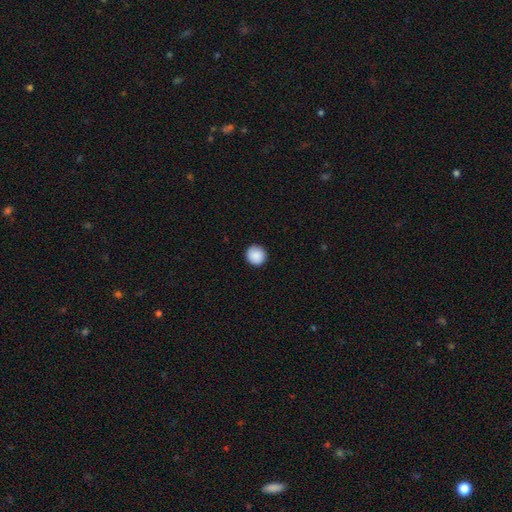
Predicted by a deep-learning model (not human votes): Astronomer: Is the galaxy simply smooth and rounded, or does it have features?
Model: smooth — 89%.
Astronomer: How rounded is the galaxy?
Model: round — 94%.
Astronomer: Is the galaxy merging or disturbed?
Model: none — 91%.